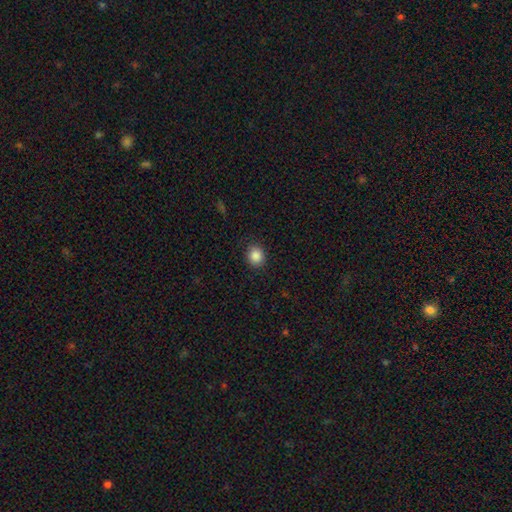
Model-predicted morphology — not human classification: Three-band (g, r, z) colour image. It shows a smooth galaxy with no disk features (87%) that is round (74%). Merging: none (88%).